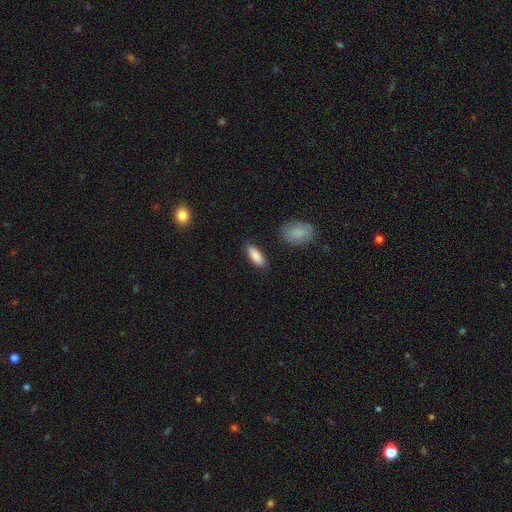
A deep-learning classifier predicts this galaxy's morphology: smooth 88%, featured or disk 6%, star or artifact 6%. Down the decision tree: how rounded — in between (73%); merging — none (85%).